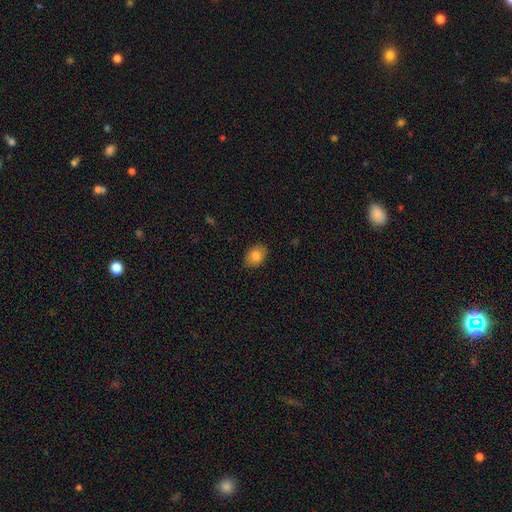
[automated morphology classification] This is clearly a smooth galaxy (83%). How rounded: likely in between (76%). Merging: clearly none (87%).